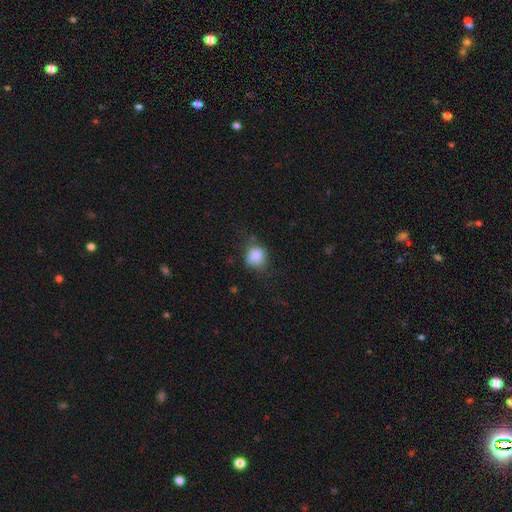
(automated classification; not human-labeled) Smooth or featured?
  - smooth: 83% *
  - star or artifact: 9%
  - featured or disk: 8%
How rounded?
  - round: 69% *
  - in between: 30%
  - cigar-shaped: 1%
Merging?
  - none: 52% *
  - minor disturbance: 32%
  - major disturbance: 13%
  - merger: 3%